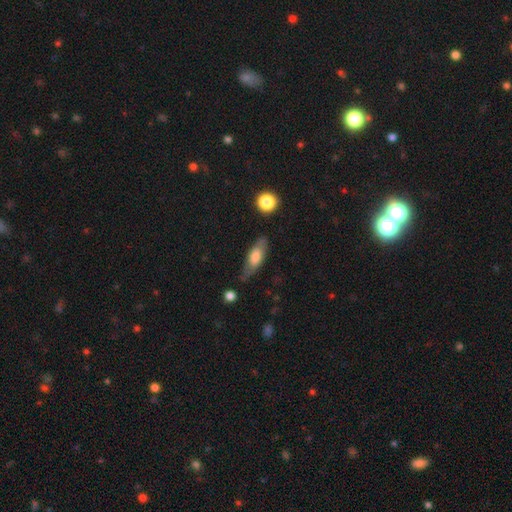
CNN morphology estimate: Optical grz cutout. It shows a smooth galaxy with no disk features (61%) that is in between round and cigar-shaped (64%). Merging: none (67%).